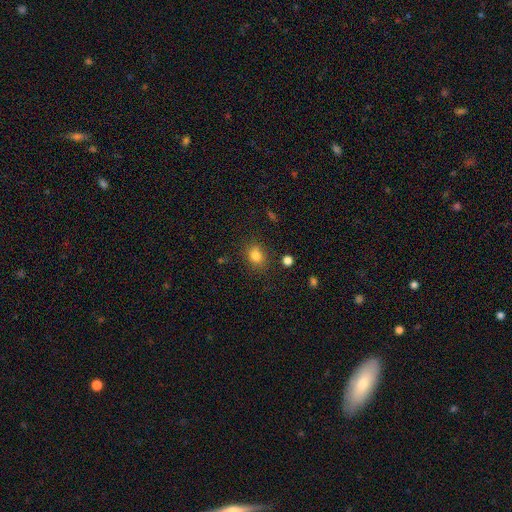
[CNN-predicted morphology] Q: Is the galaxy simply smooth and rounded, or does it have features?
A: smooth — 82%.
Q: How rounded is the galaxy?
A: round — 53%.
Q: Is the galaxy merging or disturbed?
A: none — 81%.